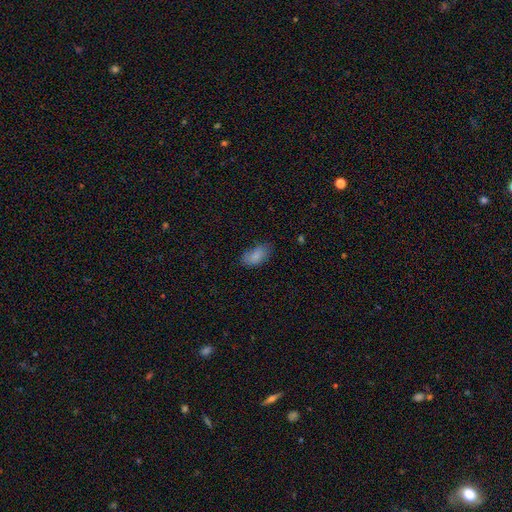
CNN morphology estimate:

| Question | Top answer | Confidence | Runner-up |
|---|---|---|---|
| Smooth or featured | smooth | 84% | featured or disk (8%) |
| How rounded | in between | 93% | round (4%) |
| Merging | none | 68% | minor disturbance (24%) |